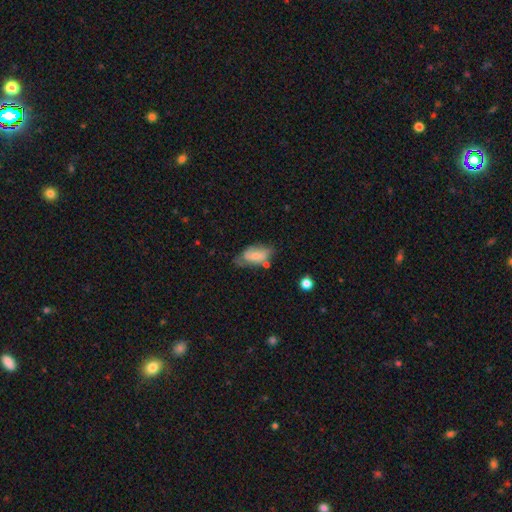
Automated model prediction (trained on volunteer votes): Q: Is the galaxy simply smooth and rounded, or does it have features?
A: smooth — 60%.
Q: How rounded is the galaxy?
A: in between — 91%.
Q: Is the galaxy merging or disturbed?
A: none — 43%.